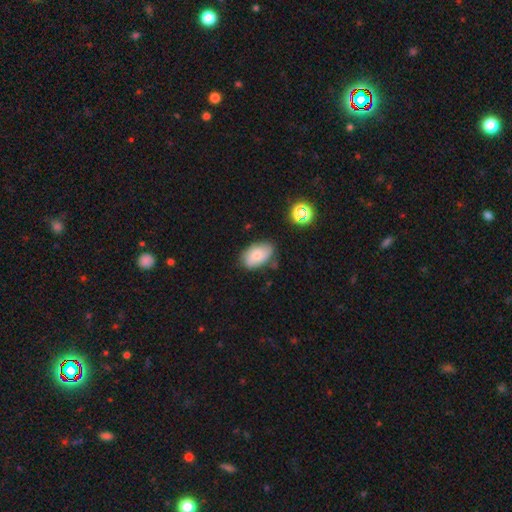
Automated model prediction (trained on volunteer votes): This appears to be a smooth galaxy with no disk features (72%) that is in between round and cigar-shaped (92%). Merging: none (70%).